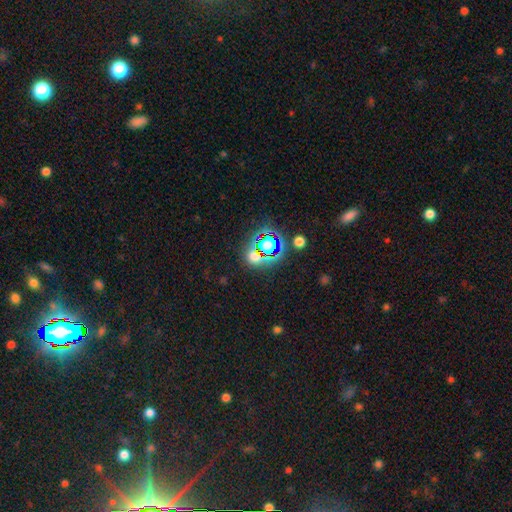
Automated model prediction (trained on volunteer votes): Smooth or featured? star or artifact (50%)